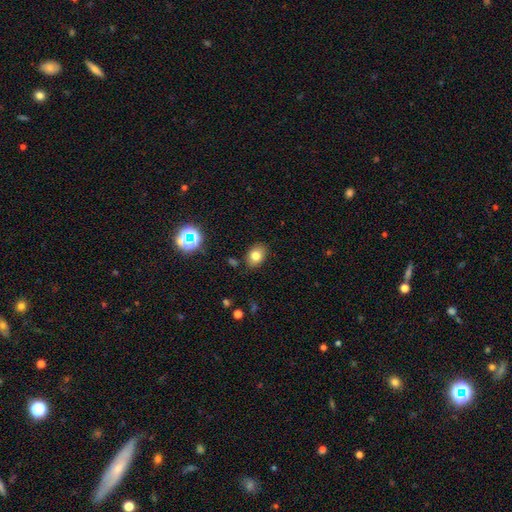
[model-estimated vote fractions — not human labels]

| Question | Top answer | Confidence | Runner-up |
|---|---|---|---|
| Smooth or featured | smooth | 78% | star or artifact (12%) |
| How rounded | in between | 70% | round (29%) |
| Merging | none | 84% | minor disturbance (12%) |